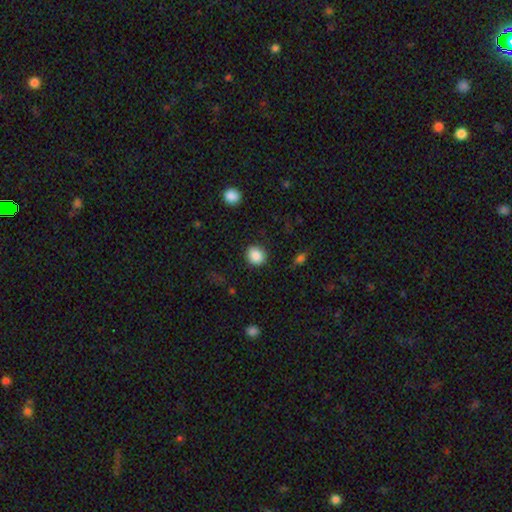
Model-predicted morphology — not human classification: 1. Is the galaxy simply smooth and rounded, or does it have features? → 87% smooth, 8% star or artifact, 4% featured or disk.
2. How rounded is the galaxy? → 80% round, 19% in between, 1% cigar-shaped.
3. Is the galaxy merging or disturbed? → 88% none, 8% minor disturbance, 3% major disturbance, 1% merger.